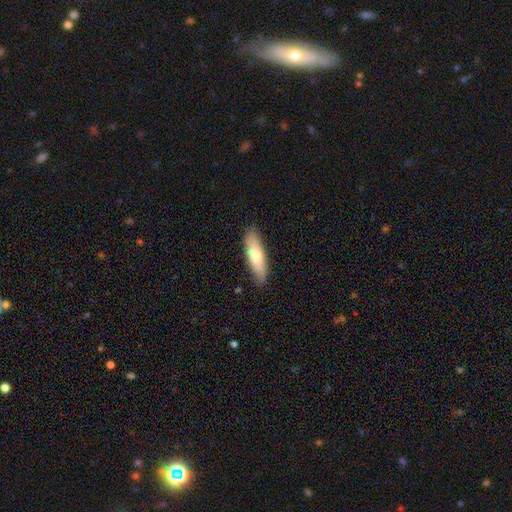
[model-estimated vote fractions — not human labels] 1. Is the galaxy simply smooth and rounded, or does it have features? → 65% smooth, 29% featured or disk, 6% star or artifact.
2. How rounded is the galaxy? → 54% cigar-shaped, 44% in between, 2% round.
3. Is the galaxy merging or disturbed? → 85% none, 12% minor disturbance, 2% major disturbance, 1% merger.